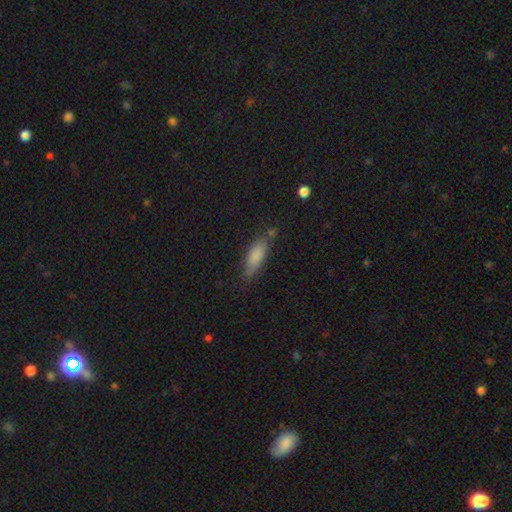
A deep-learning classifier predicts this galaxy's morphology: This appears to be a smooth galaxy with no disk features (82%) that is in between round and cigar-shaped (59%). Merging: none (71%).